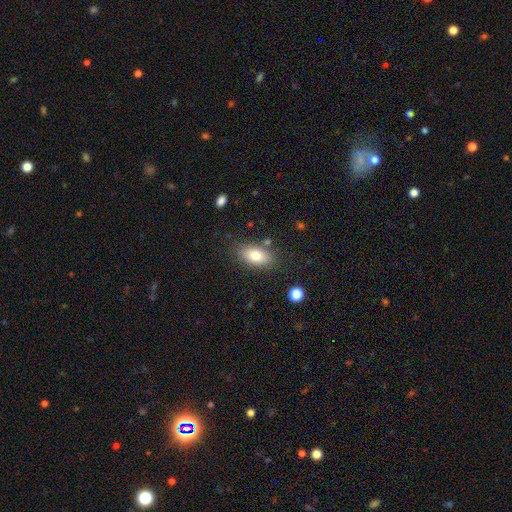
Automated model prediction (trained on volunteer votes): The model was most divided on "smooth or featured": smooth: 79%, featured or disk: 13%, star or artifact: 8%. More confident: how rounded — in between (90%); merging — none (80%).